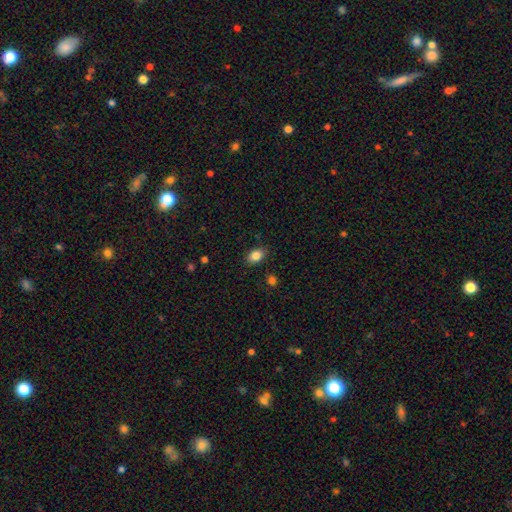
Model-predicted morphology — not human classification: type=smooth (85%); roundness=in between (84%); merging=none (86%).